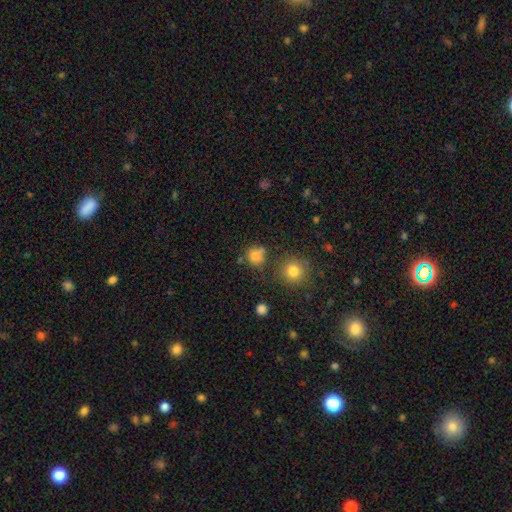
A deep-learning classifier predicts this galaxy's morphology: Q: Smooth or featured?
A: smooth (79%); runner-up: star or artifact (15%)
Q: How rounded?
A: round (87%); runner-up: in between (12%)
Q: Merging?
A: none (68%); runner-up: minor disturbance (14%)